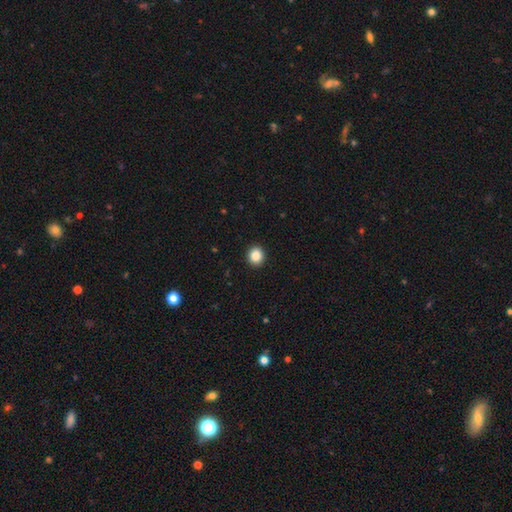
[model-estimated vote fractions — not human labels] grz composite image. It shows a smooth galaxy with no disk features (87%) that is round (84%). Merging: none (93%).